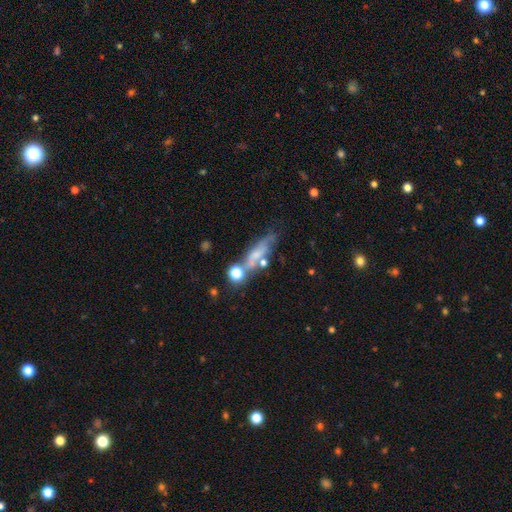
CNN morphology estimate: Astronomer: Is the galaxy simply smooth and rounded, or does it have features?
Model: smooth — 44% (runner-up: featured or disk, 41%).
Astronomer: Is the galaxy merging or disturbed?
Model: none — 47%.